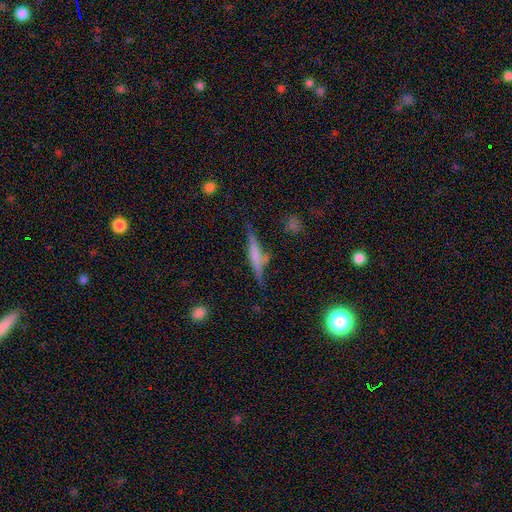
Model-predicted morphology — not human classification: Smooth or featured: featured or disk — 54% (smooth — 38%)
Edge-on disk: yes — 94% (no — 6%)
Edge-on bulge: rounded — 37% (none — 35%)
Merging: none — 70% (minor disturbance — 18%)